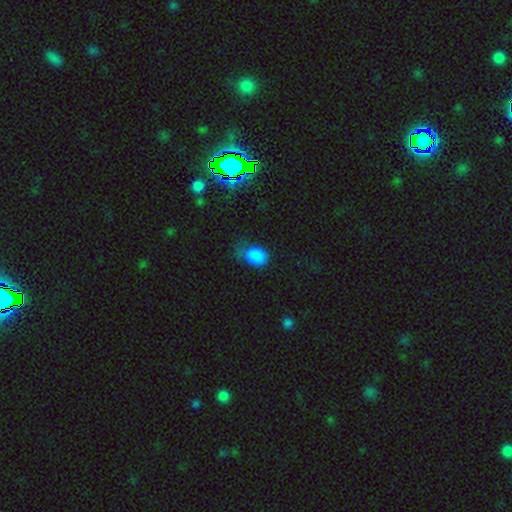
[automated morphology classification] This is clearly a smooth galaxy (83%). How rounded: likely in between (66%). Merging: marginally none (43%).